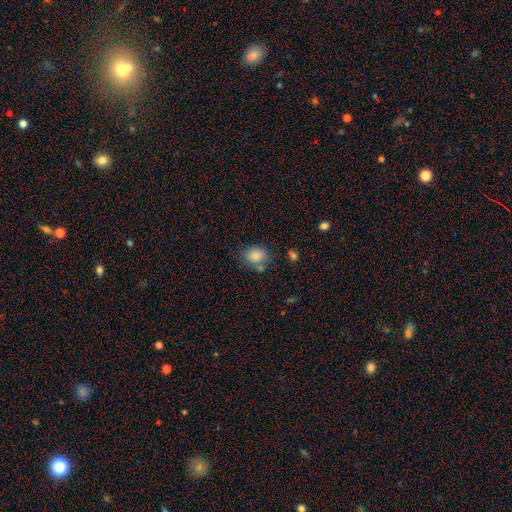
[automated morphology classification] Smooth or featured?
  - smooth: 84% *
  - star or artifact: 9%
  - featured or disk: 7%
How rounded?
  - round: 57% *
  - in between: 42%
  - cigar-shaped: 1%
Merging?
  - none: 63% *
  - minor disturbance: 18%
  - merger: 13%
  - major disturbance: 6%